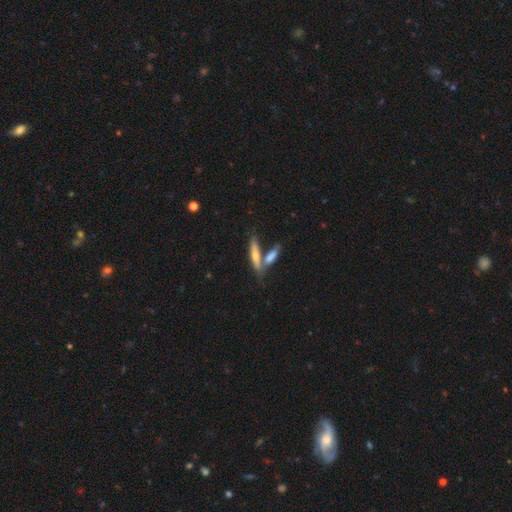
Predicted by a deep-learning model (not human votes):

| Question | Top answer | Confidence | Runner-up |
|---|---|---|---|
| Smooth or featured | smooth | 54% | featured or disk (39%) |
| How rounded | cigar-shaped | 76% | in between (21%) |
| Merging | none | 53% | merger (33%) |